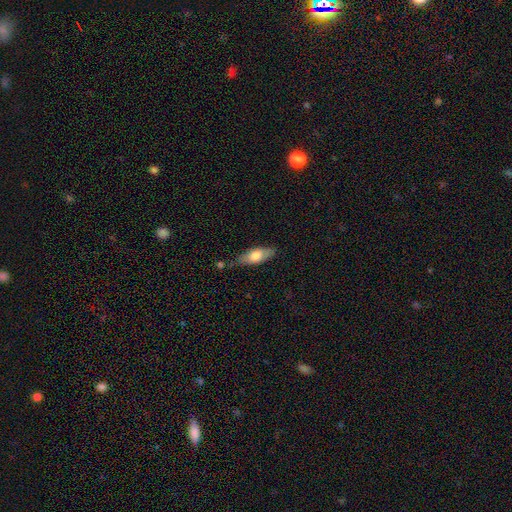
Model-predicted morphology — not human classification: Smooth or featured: smooth — 69% (featured or disk — 25%)
How rounded: in between — 69% (cigar-shaped — 28%)
Merging: none — 71% (minor disturbance — 20%)